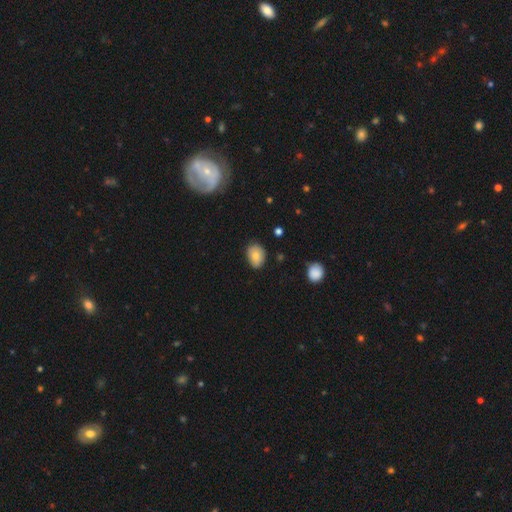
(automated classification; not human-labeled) smooth_or_featured: smooth (p=0.81) [alt: featured or disk p=0.11]
how_rounded: in between (p=0.73) [alt: round p=0.26]
merging: none (p=0.76) [alt: minor disturbance p=0.19]